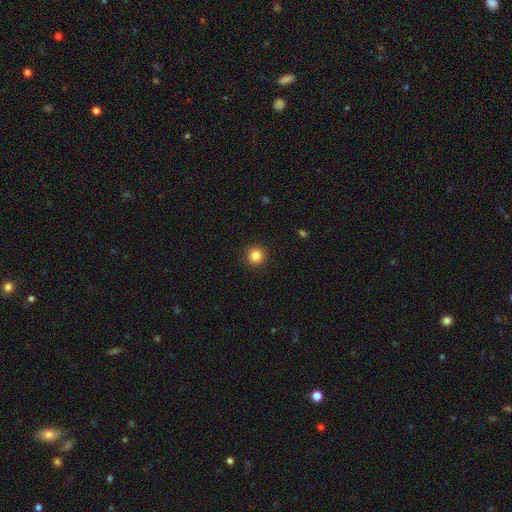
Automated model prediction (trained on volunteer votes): Overall: smooth (84%). How rounded: round (94%). Merging: none (93%).